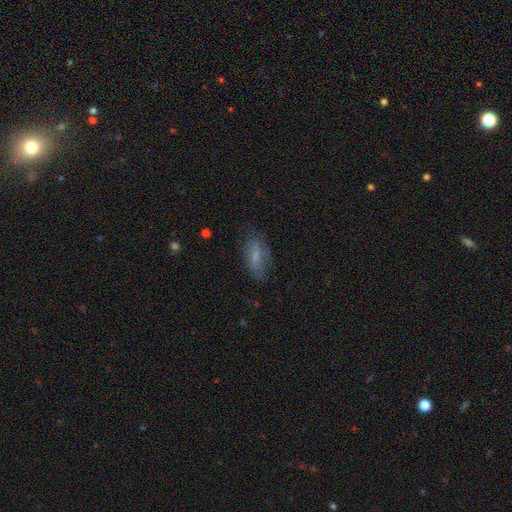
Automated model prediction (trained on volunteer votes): smooth 61%, featured or disk 30%, star or artifact 9%. Down the decision tree: how rounded — in between (75%); merging — none (70%).